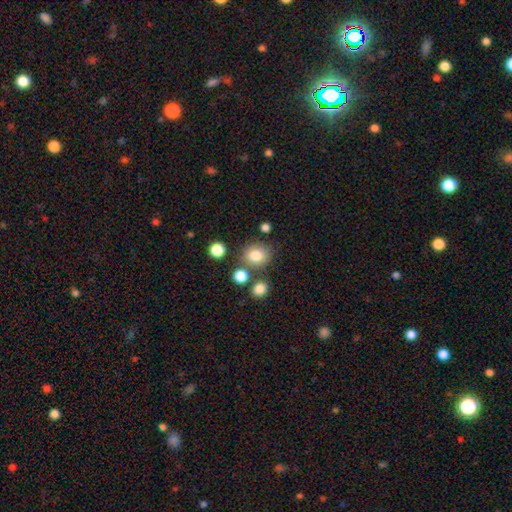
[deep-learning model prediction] The model was most divided on "how rounded": round: 77%, in between: 22%, cigar-shaped: 1%. More confident: smooth or featured — smooth (80%); merging — none (75%).